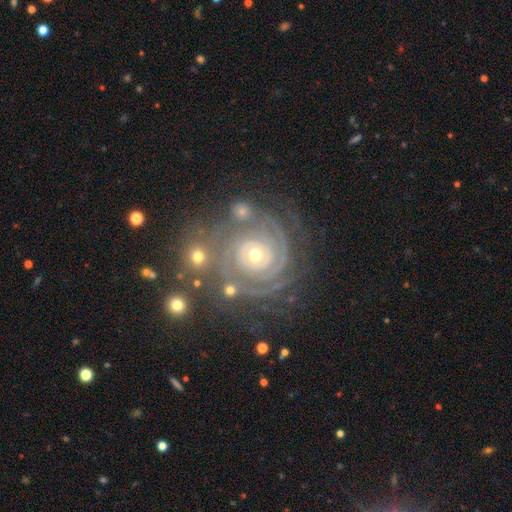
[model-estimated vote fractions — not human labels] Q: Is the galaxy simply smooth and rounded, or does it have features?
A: featured or disk — 84%.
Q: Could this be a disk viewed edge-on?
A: no — 97%.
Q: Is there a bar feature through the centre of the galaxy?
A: no — 78%.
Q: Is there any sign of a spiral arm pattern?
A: yes — 95%.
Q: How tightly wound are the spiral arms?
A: tight — 84%.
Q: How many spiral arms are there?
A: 2 — 29%.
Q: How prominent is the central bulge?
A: small — 63%.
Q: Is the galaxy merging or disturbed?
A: none — 67%.